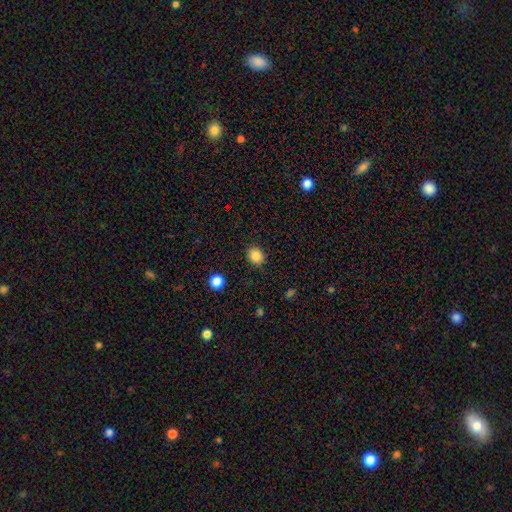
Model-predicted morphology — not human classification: Smooth or featured? Predicted: smooth (p=0.85). How rounded? Predicted: round (p=0.66). Merging? Predicted: none (p=0.88).